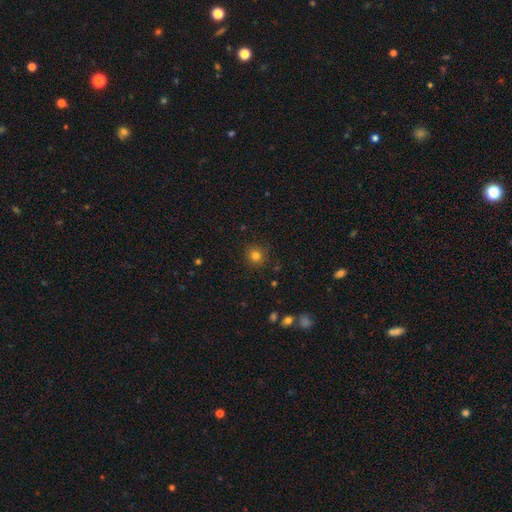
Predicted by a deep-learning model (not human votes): This is likely a smooth galaxy (80%). How rounded: clearly round (93%). Merging: clearly none (89%).